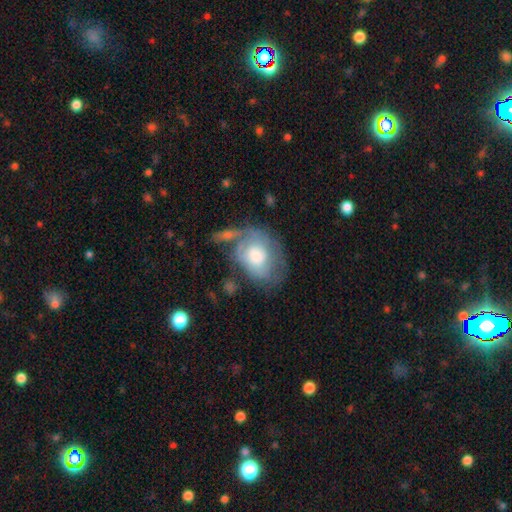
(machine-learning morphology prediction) Smooth or featured? Predicted: featured or disk (p=0.49). Merging? Predicted: none (p=0.41).